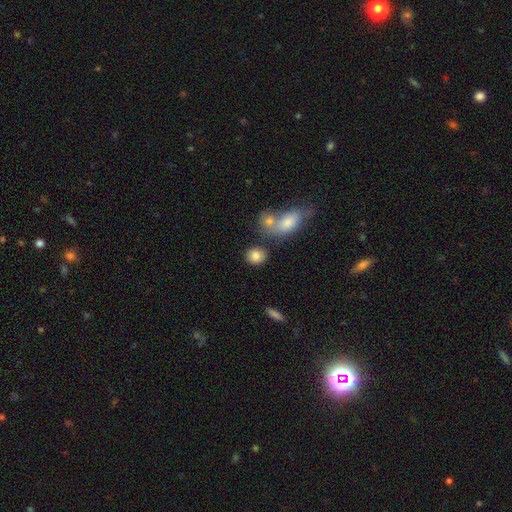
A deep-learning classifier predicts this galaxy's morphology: Overall: smooth (83%). How rounded: round (65%; in between 33%). Merging: none (74%).